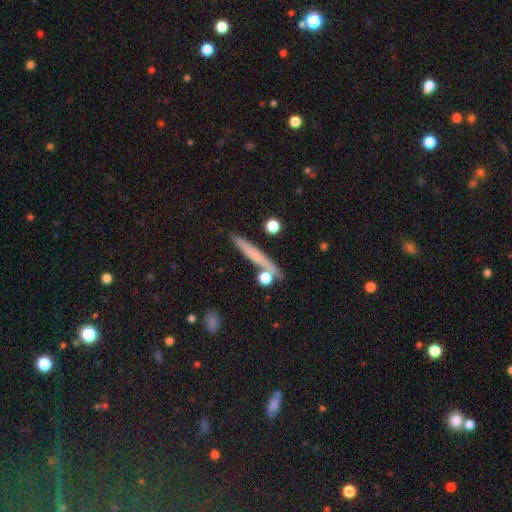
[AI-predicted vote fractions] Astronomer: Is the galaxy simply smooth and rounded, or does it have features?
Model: smooth — 56% (runner-up: featured or disk, 35%).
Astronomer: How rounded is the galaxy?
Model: cigar-shaped — 90%.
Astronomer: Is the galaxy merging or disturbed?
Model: none — 79%.